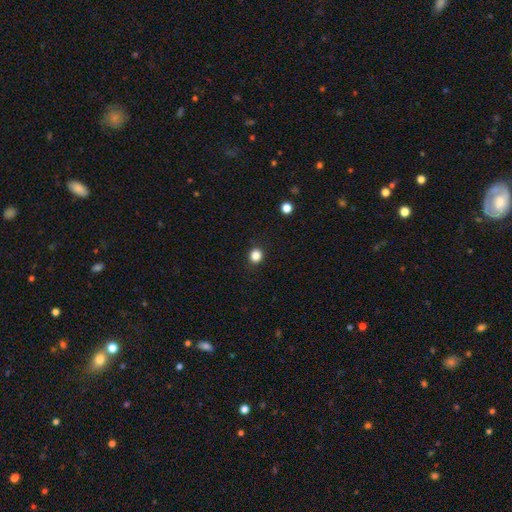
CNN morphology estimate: Smooth or featured? Predicted: smooth (p=0.84). How rounded? Predicted: round (p=0.87). Merging? Predicted: none (p=0.91).